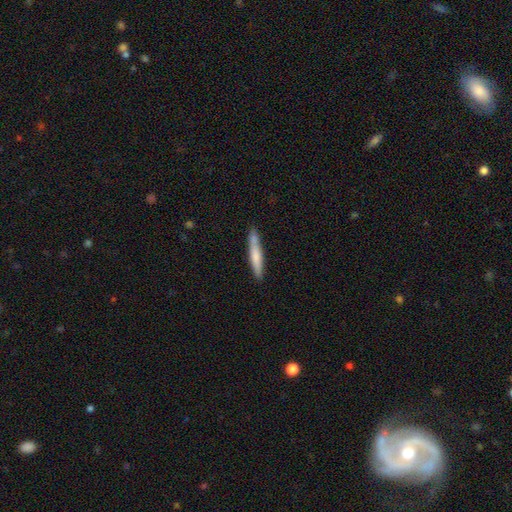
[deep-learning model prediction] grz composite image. It shows a smooth galaxy with no disk features (67%) that is cigar-shaped (92%). Merging: none (80%).